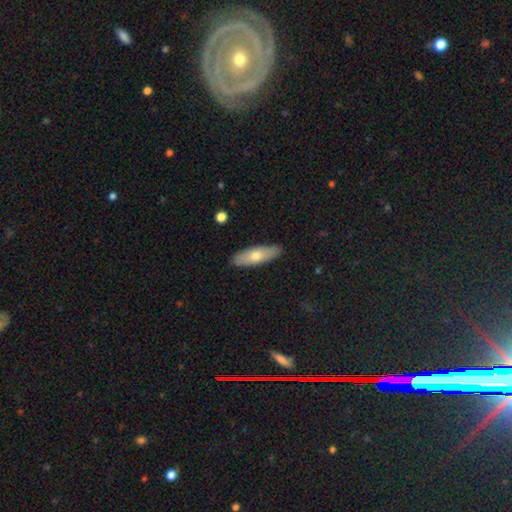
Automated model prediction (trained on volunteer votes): smooth 65%, featured or disk 29%, star or artifact 6%. Down the decision tree: how rounded — in between (54%); merging — none (89%).